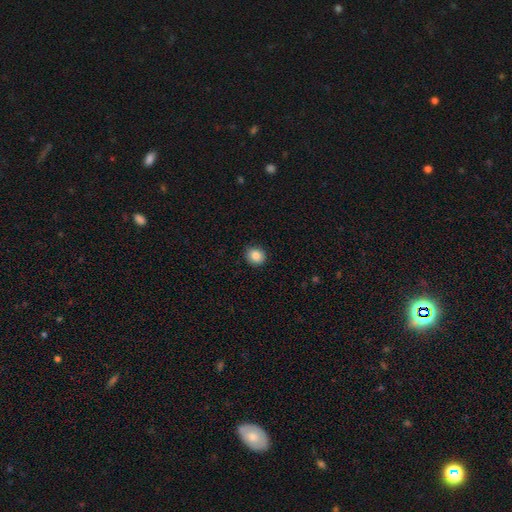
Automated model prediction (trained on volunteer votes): A smooth galaxy with no disk features (87%) that is round (74%).

Vote fractions:
- Smooth or featured? smooth: 87% / star or artifact: 9% / featured or disk: 4%
- How rounded? round: 74% / in between: 26% / cigar-shaped: 1%
- Merging? none: 90% / minor disturbance: 8% / major disturbance: 2% / merger: 1%